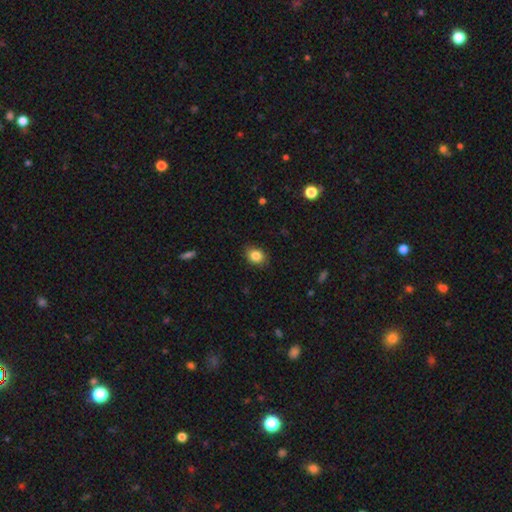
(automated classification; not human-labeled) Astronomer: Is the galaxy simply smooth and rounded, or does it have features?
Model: smooth — 85%.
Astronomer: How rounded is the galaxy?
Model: in between — 55% (runner-up: round, 44%).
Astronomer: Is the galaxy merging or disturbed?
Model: none — 85%.